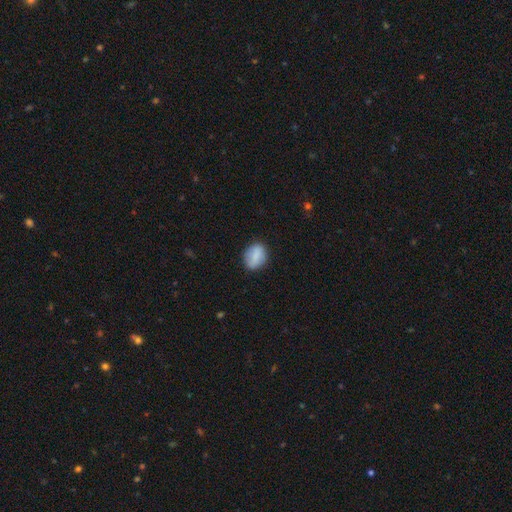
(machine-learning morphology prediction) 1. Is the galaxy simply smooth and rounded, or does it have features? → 79% smooth, 14% featured or disk, 7% star or artifact.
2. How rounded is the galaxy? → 67% in between, 31% round, 2% cigar-shaped.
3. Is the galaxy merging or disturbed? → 83% none, 12% minor disturbance, 3% major disturbance, 1% merger.